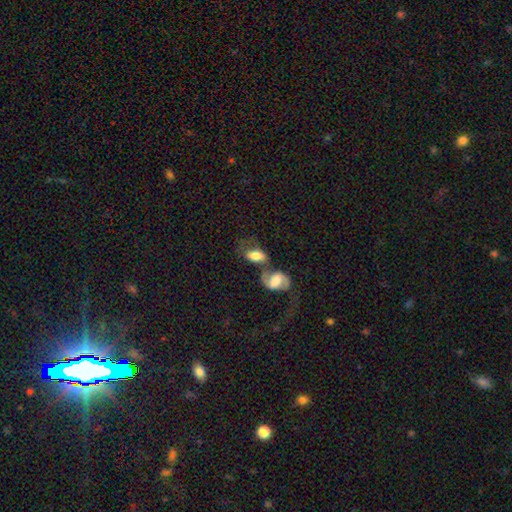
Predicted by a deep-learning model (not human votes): smooth_or_featured: smooth (p=0.57) [alt: featured or disk p=0.35]
how_rounded: in between (p=0.88) [alt: round p=0.08]
merging: merger (p=0.47) [alt: none p=0.29]